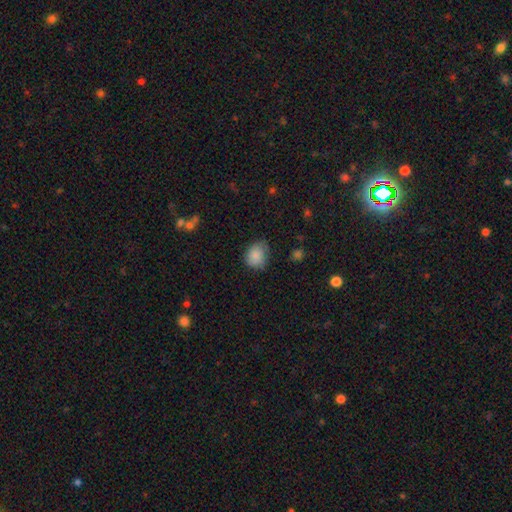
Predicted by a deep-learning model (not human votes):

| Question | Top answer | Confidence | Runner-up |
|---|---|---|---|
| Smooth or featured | smooth | 85% | star or artifact (8%) |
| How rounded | round | 56% | in between (43%) |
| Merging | none | 65% | minor disturbance (28%) |